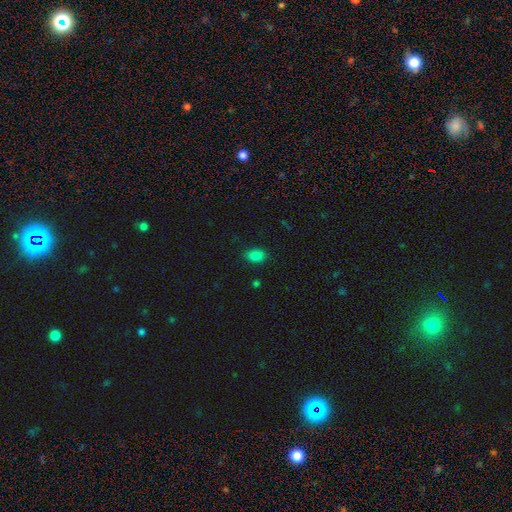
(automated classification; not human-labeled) The model was most divided on "how rounded": in between: 80%, round: 19%, cigar-shaped: 1%. More confident: merging — none (86%); smooth or featured — smooth (84%).